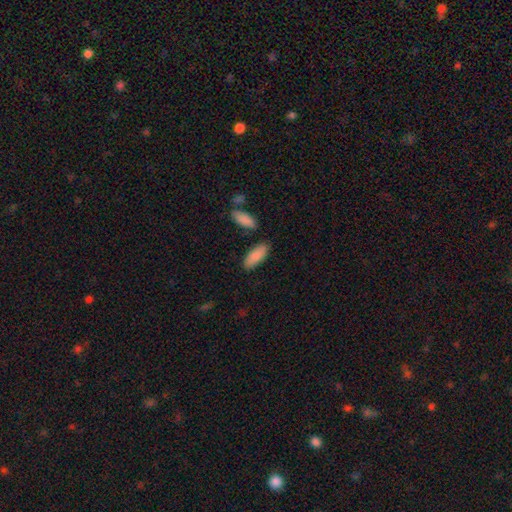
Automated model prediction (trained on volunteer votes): Overall: smooth (87%). How rounded: in between (81%). Merging: none (81%).